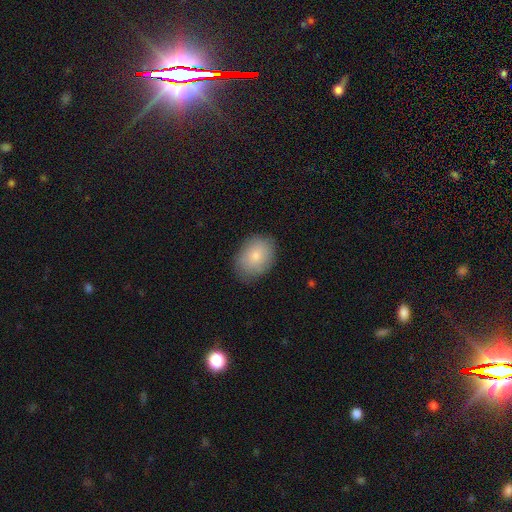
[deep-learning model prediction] A smooth galaxy with no disk features (81%) that is in between round and cigar-shaped (75%).

Vote fractions:
- Smooth or featured? smooth: 81% / featured or disk: 12% / star or artifact: 7%
- How rounded? in between: 75% / round: 24% / cigar-shaped: 1%
- Merging? none: 81% / minor disturbance: 15% / major disturbance: 3% / merger: 1%